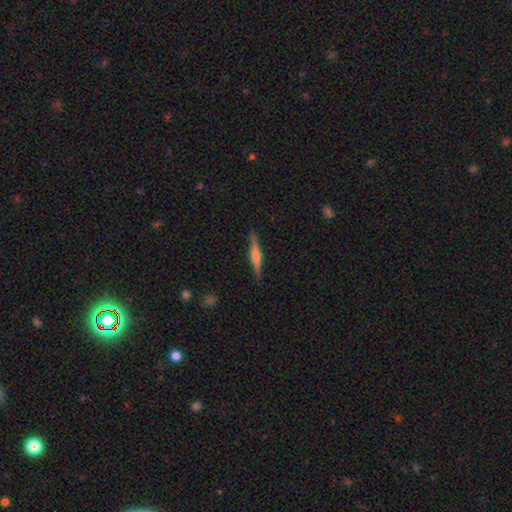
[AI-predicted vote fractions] The model was most divided on "smooth or featured": featured or disk: 68%, smooth: 26%, star or artifact: 6%. More confident: edge-on disk — yes (98%); merging — none (91%); edge-on bulge — rounded (80%).